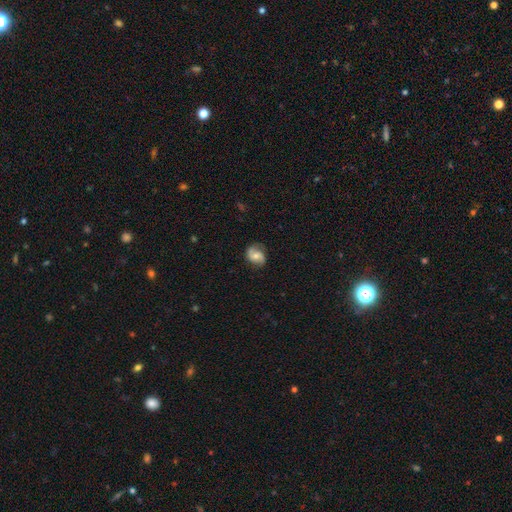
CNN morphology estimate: This appears to be a featured or disk galaxy (70%) with no bar (56%), 2 (87%) medium (45%) spiral arms (93%) and a moderate central bulge (55%). Merging: none (75%).